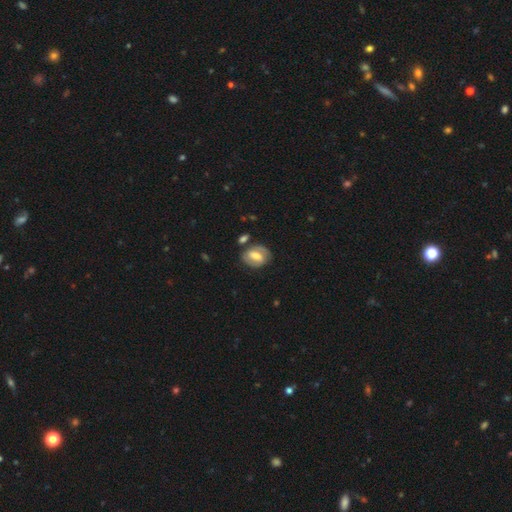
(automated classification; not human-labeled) Overall: featured or disk (55%; smooth 38%). Edge-on disk: no (95%). Bar: strong (41%; weak 39%). Spiral arms: yes (66%; no 34%). Bulge size: moderate (43%; large 30%). Merging: none (68%).